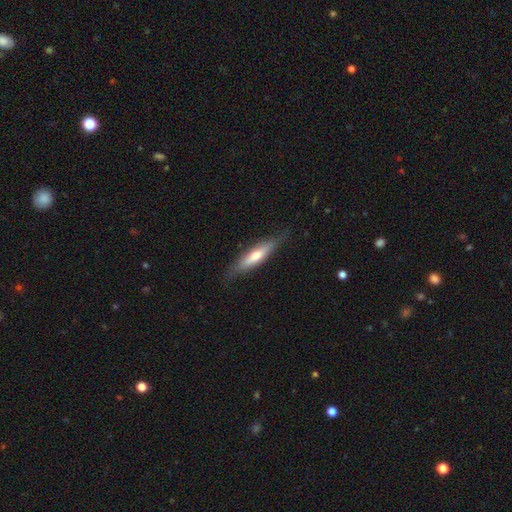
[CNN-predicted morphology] smooth-or-featured: smooth: 57% | featured or disk: 37% | star or artifact: 6%
  how-rounded: cigar-shaped: 73% | in between: 26% | round: 2%
  merging: none: 79% | minor disturbance: 16% | major disturbance: 4% | merger: 1%